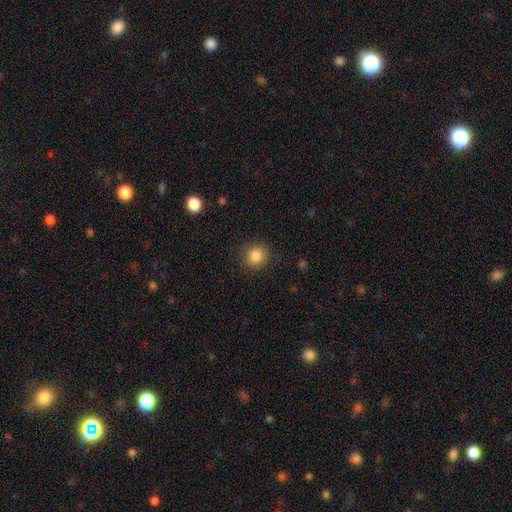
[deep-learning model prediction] Q: Smooth or featured?
A: smooth (85%); runner-up: star or artifact (11%)
Q: How rounded?
A: round (87%); runner-up: in between (12%)
Q: Merging?
A: none (88%); runner-up: minor disturbance (8%)